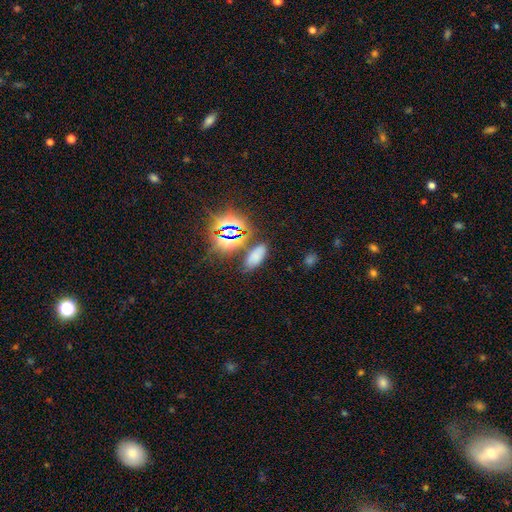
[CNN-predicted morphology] type=smooth (61%); roundness=in between (86%); merging=none (76%).